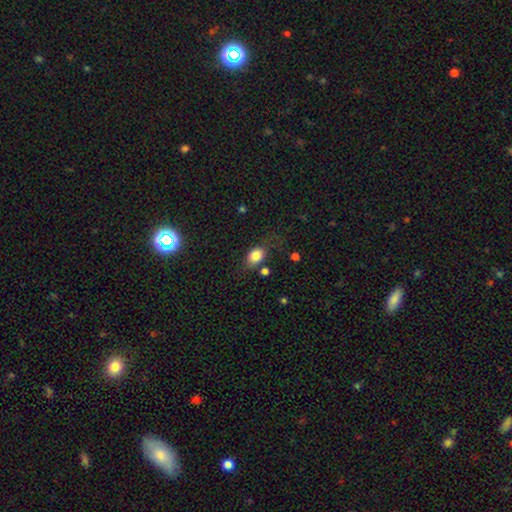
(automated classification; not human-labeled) Smooth or featured? smooth (83%)
How rounded? in between (72%)
Merging? none (67%)